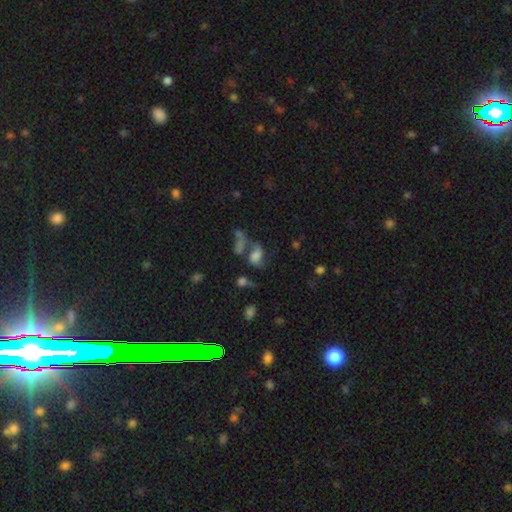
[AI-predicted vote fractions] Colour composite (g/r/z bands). It shows a featured or disk galaxy (45%). Merging: none (32%).